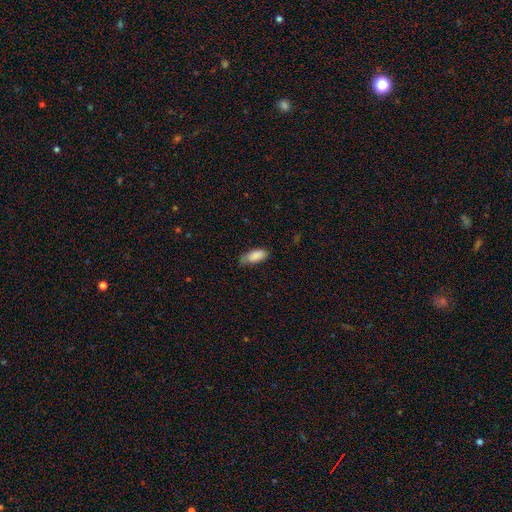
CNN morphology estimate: This appears to be a smooth galaxy with no disk features (87%) that is in between round and cigar-shaped (83%). Merging: none (56%).